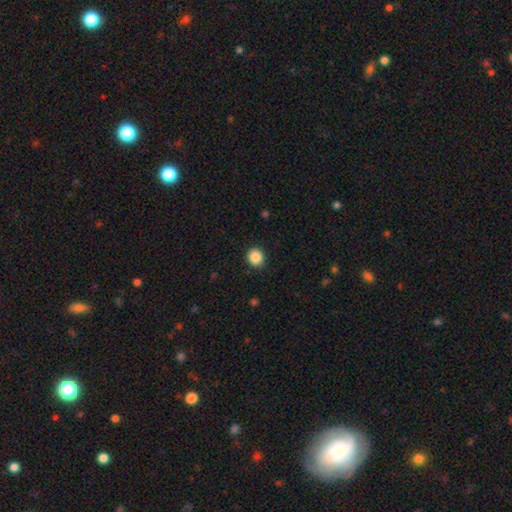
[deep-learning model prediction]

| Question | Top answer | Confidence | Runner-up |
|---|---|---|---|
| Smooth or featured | smooth | 87% | star or artifact (9%) |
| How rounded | round | 79% | in between (20%) |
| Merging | none | 91% | minor disturbance (7%) |